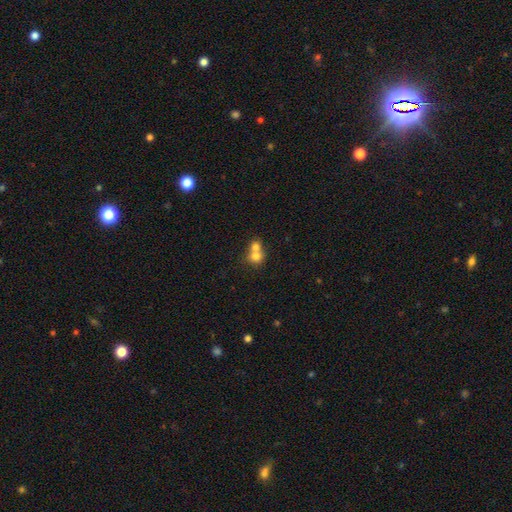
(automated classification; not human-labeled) The model was most divided on "merging": merger: 68%, none: 25%, minor disturbance: 5%, major disturbance: 2%. More confident: how rounded — round (76%); smooth or featured — smooth (74%).